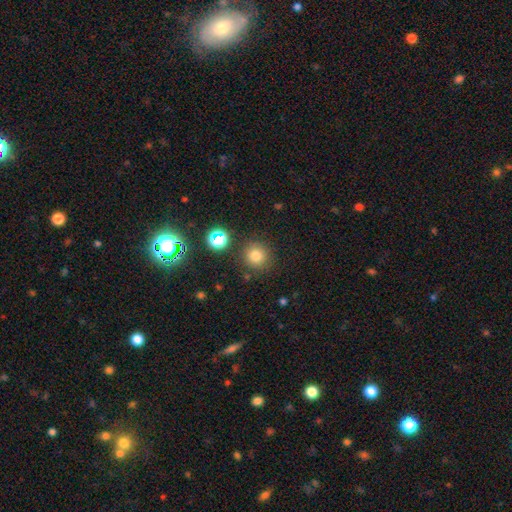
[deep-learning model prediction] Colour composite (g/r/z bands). It shows a smooth galaxy with no disk features (76%) that is round (93%). Merging: none (84%).